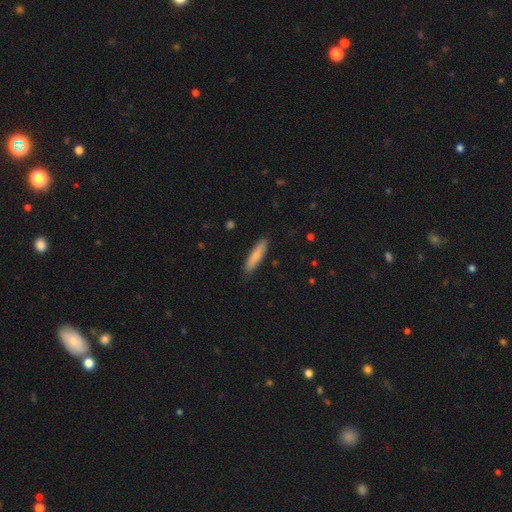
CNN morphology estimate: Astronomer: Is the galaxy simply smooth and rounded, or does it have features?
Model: smooth — 79%.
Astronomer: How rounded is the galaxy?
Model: cigar-shaped — 78%.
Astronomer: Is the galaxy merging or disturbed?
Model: none — 87%.